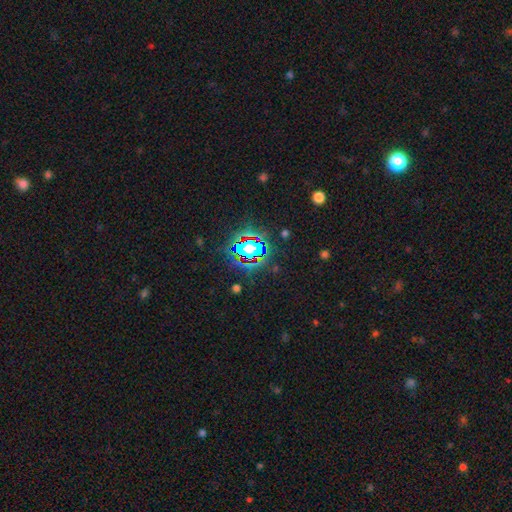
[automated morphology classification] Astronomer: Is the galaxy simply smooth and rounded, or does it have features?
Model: star or artifact — 81%.